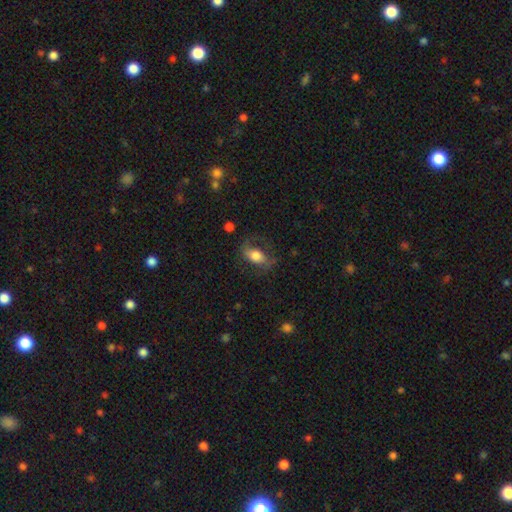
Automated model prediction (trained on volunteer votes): Smooth or featured? smooth (54%)
How rounded? in between (84%)
Merging? none (59%)